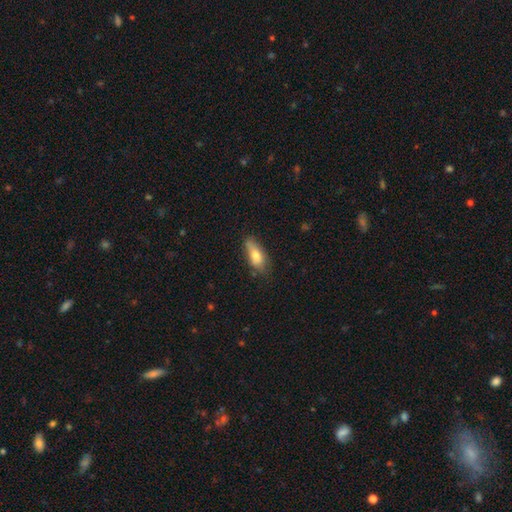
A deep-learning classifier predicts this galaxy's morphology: Smooth or featured: smooth — 73% (featured or disk — 20%)
How rounded: in between — 73% (cigar-shaped — 24%)
Merging: none — 63% (minor disturbance — 28%)